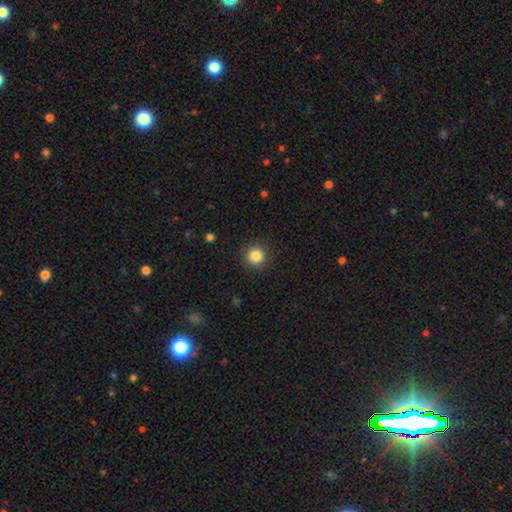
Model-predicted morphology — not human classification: Overall: smooth (85%). How rounded: round (95%). Merging: none (90%).